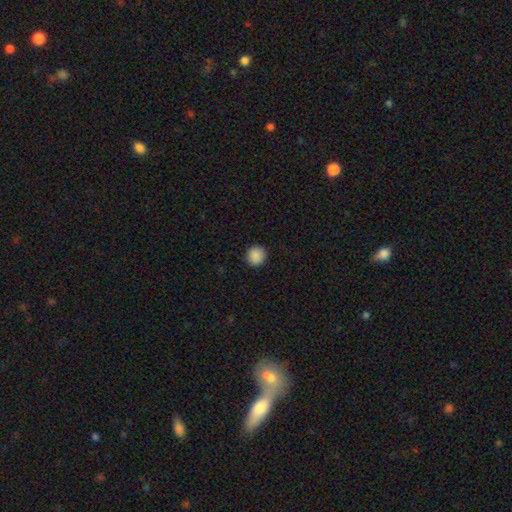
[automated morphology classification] Overall: smooth (89%). How rounded: round (88%). Merging: none (91%).